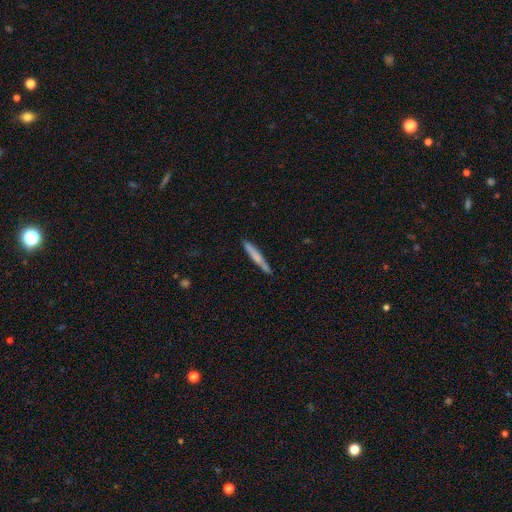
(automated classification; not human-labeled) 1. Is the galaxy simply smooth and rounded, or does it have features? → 64% smooth, 31% featured or disk, 6% star or artifact.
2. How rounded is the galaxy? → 95% cigar-shaped, 4% in between, 1% round.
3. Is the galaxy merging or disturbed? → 85% none, 11% minor disturbance, 2% merger, 2% major disturbance.